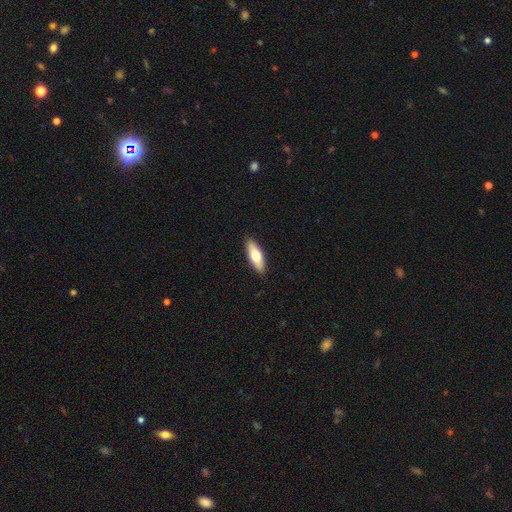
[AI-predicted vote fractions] Smooth or featured? smooth (63%)
How rounded? in between (58%)
Merging? none (90%)